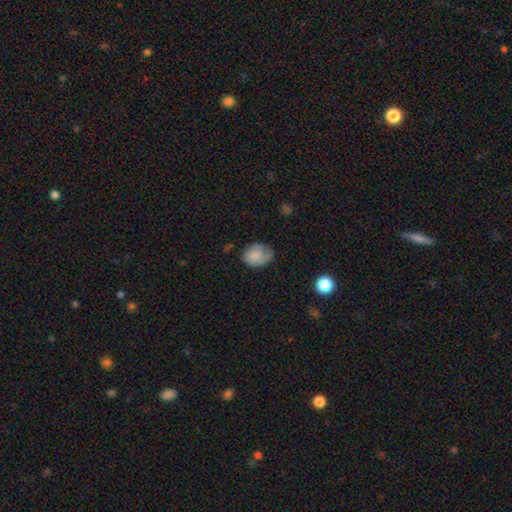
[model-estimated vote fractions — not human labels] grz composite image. It shows a smooth galaxy with no disk features (74%) that is in between round and cigar-shaped (61%). Merging: none (54%).